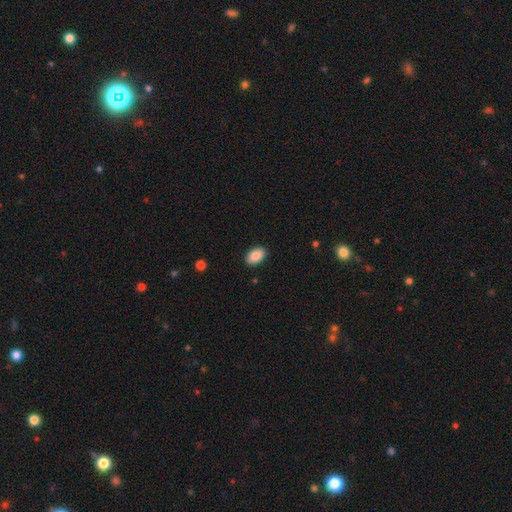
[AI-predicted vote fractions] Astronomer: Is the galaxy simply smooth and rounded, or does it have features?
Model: smooth — 88%.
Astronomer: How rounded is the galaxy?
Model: in between — 93%.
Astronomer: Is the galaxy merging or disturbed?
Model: none — 89%.